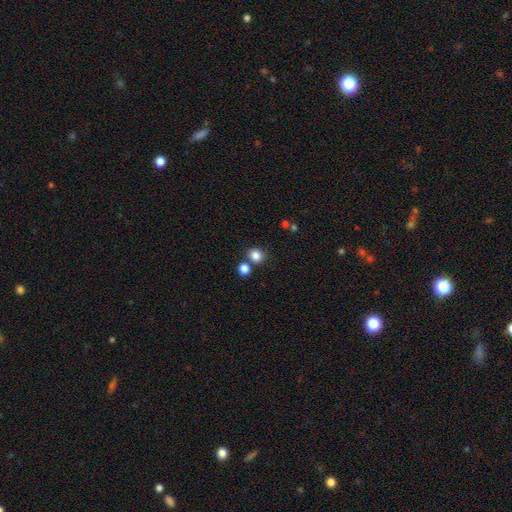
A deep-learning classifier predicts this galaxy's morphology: This is clearly a smooth galaxy (83%). How rounded: clearly round (85%). Merging: likely none (71%).